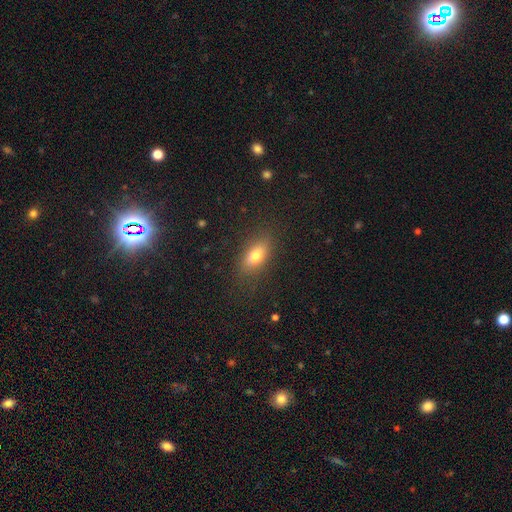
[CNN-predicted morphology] This appears to be a smooth galaxy with no disk features (74%) that is in between round and cigar-shaped (81%). Merging: none (80%).